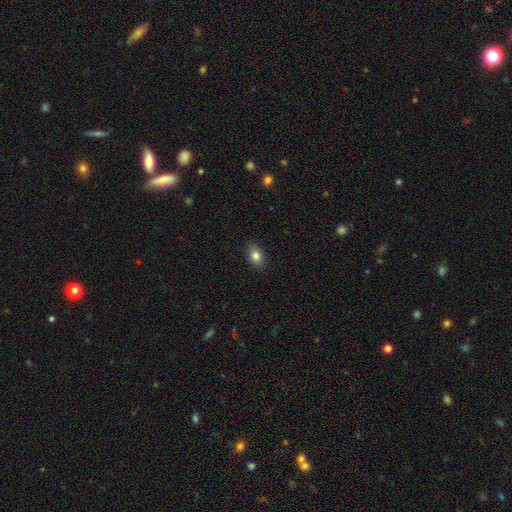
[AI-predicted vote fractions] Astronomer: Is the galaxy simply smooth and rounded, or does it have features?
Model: smooth — 83%.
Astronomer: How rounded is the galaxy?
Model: in between — 82%.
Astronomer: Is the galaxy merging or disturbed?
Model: none — 88%.